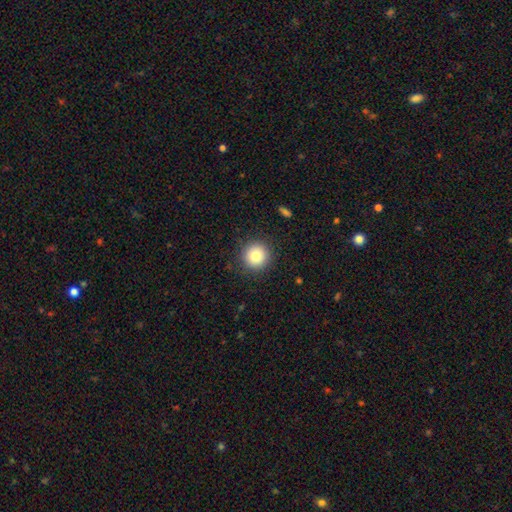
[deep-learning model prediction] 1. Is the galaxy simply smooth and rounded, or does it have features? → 83% smooth, 10% star or artifact, 7% featured or disk.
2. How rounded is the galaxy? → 94% round, 5% in between, 1% cigar-shaped.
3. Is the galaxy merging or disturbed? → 90% none, 7% minor disturbance, 2% major disturbance, 1% merger.